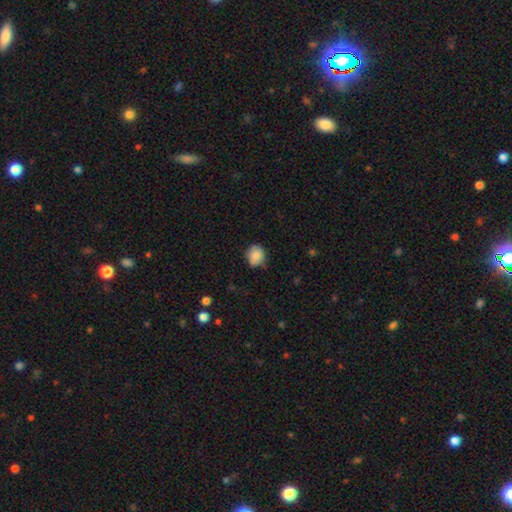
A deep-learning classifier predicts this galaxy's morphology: This appears to be a smooth galaxy with no disk features (85%) that is round (76%). Merging: none (72%).